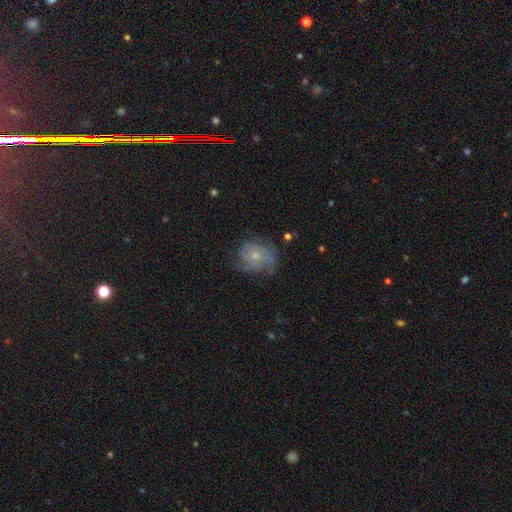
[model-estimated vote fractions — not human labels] Smooth or featured: featured or disk — 69% (smooth — 23%)
Edge-on disk: no — 98% (yes — 2%)
Bar: no — 82% (weak — 16%)
Spiral arms: yes — 89% (no — 11%)
Spiral winding: tight — 44% (medium — 39%)
Spiral arm count: 2 — 29% (can't tell — 28%)
Bulge size: small — 62% (moderate — 34%)
Merging: none — 60% (minor disturbance — 25%)